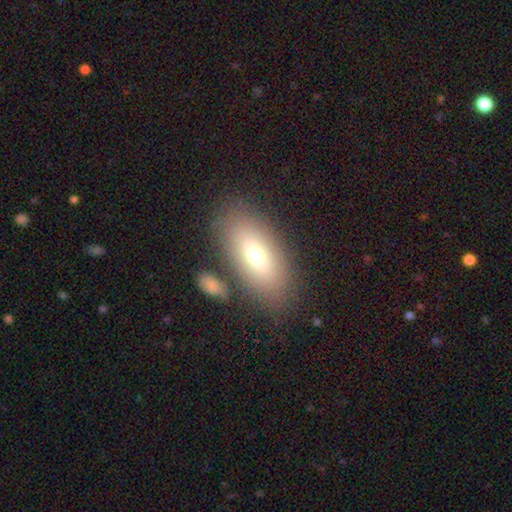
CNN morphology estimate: A smooth galaxy with no disk features (66%) that is in between round and cigar-shaped (87%).

Vote fractions:
- Smooth or featured? smooth: 66% / featured or disk: 24% / star or artifact: 9%
- How rounded? in between: 87% / cigar-shaped: 8% / round: 4%
- Merging? none: 78% / minor disturbance: 10% / merger: 8% / major disturbance: 3%